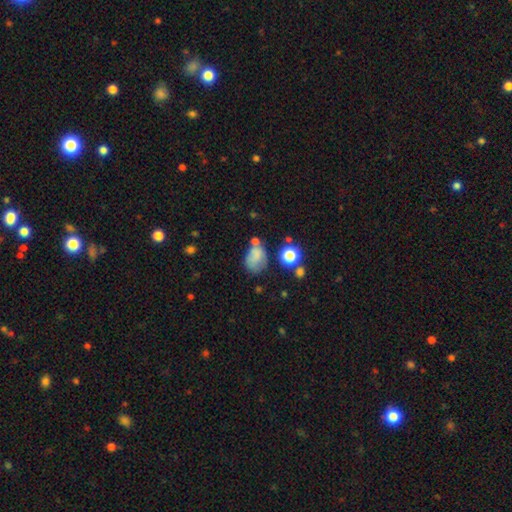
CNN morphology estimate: Q: Smooth or featured?
A: smooth (73%); runner-up: star or artifact (14%)
Q: How rounded?
A: in between (67%); runner-up: round (32%)
Q: Merging?
A: none (41%); runner-up: minor disturbance (27%)